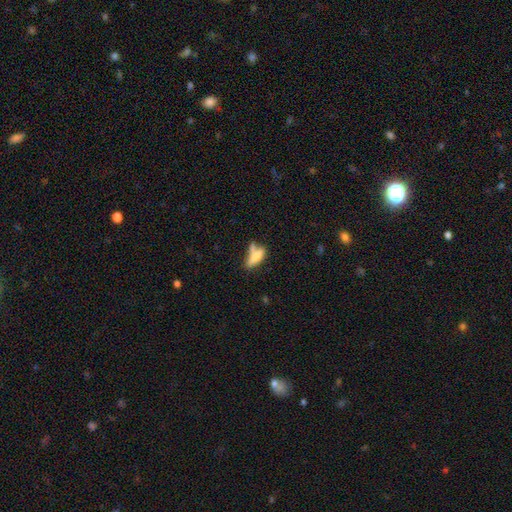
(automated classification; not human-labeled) This appears to be a smooth galaxy with no disk features (68%) that is in between round and cigar-shaped (53%). Merging: none (36%).